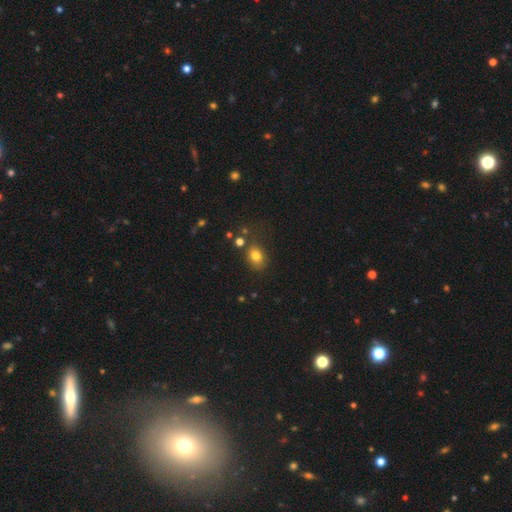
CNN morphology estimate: A smooth galaxy with no disk features (80%) that is in between round and cigar-shaped (62%).

Vote fractions:
- Smooth or featured? smooth: 80% / star or artifact: 12% / featured or disk: 8%
- How rounded? in between: 62% / round: 36% / cigar-shaped: 1%
- Merging? none: 69% / minor disturbance: 17% / merger: 7% / major disturbance: 6%